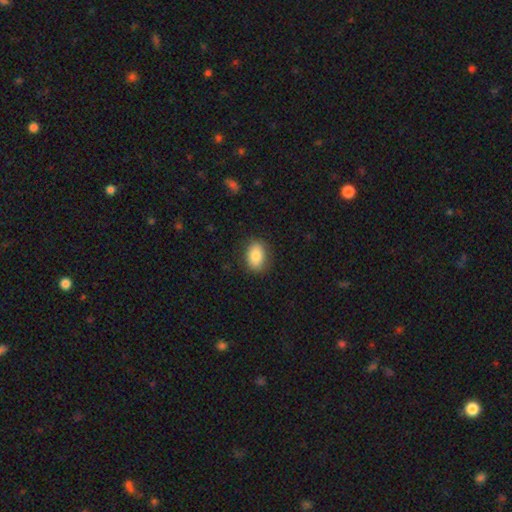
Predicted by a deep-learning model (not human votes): A smooth galaxy with no disk features (85%) that is in between round and cigar-shaped (80%).

Vote fractions:
- Smooth or featured? smooth: 85% / featured or disk: 8% / star or artifact: 7%
- How rounded? in between: 80% / round: 18% / cigar-shaped: 1%
- Merging? none: 84% / minor disturbance: 12% / major disturbance: 3% / merger: 1%